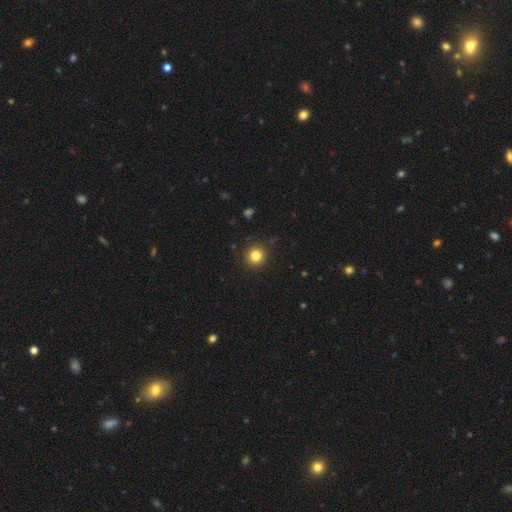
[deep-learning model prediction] A smooth galaxy with no disk features (82%) that is round (92%). Merging: none (91%).